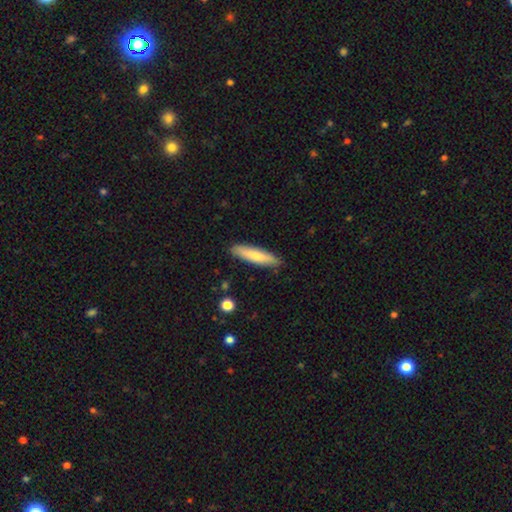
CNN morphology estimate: smooth_or_featured: smooth (p=0.75) [alt: featured or disk p=0.20]
how_rounded: cigar-shaped (p=0.78) [alt: in between p=0.20]
merging: none (p=0.88) [alt: minor disturbance p=0.10]